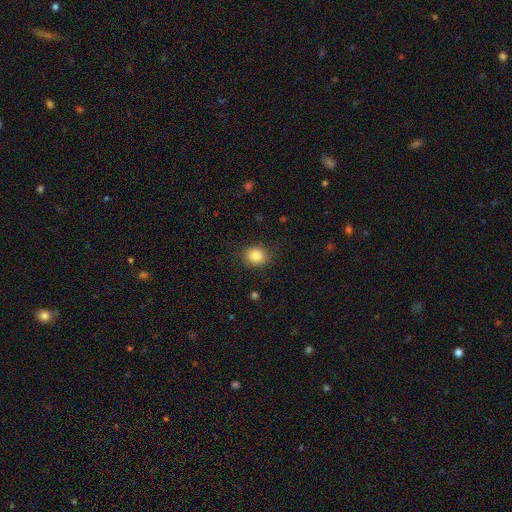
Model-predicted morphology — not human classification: This appears to be a smooth galaxy with no disk features (83%) that is round (69%). Merging: none (87%).